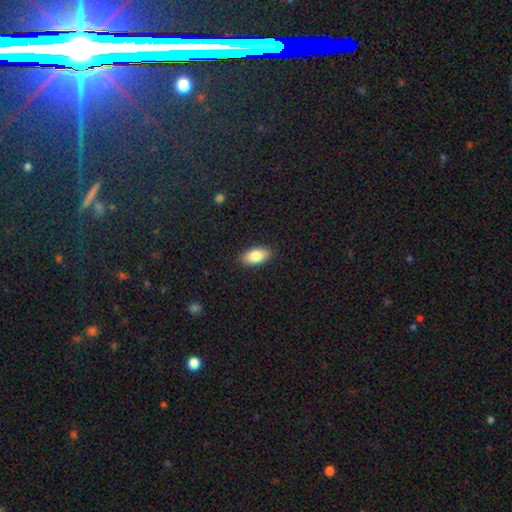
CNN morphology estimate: Smooth or featured? Predicted: smooth (p=0.83). How rounded? Predicted: in between (p=0.92). Merging? Predicted: none (p=0.89).